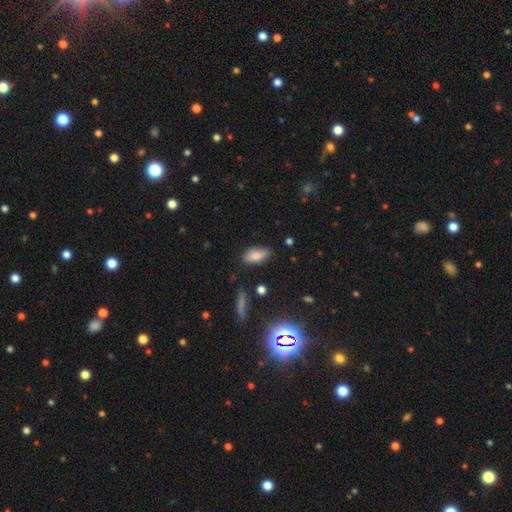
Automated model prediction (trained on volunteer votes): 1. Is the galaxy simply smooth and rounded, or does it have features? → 77% smooth, 14% featured or disk, 9% star or artifact.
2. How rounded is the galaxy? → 85% in between, 12% cigar-shaped, 3% round.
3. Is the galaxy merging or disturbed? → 76% none, 18% minor disturbance, 4% major disturbance, 2% merger.